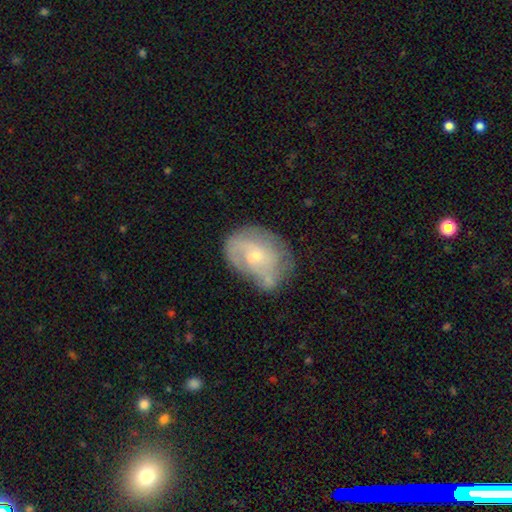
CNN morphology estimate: This appears to be a featured or disk galaxy (64%) with no bar (71%), spiral arms (71%) and a small central bulge (68%). Merging: none (47%).